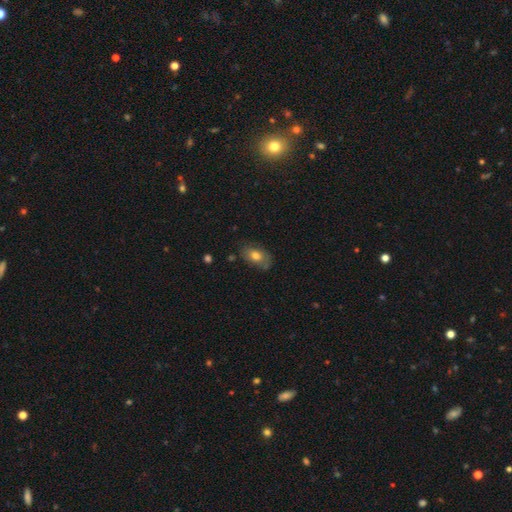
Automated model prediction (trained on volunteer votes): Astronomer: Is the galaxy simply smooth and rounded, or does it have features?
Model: smooth — 74%.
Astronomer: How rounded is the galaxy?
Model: in between — 85%.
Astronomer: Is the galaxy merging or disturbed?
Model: none — 70%.